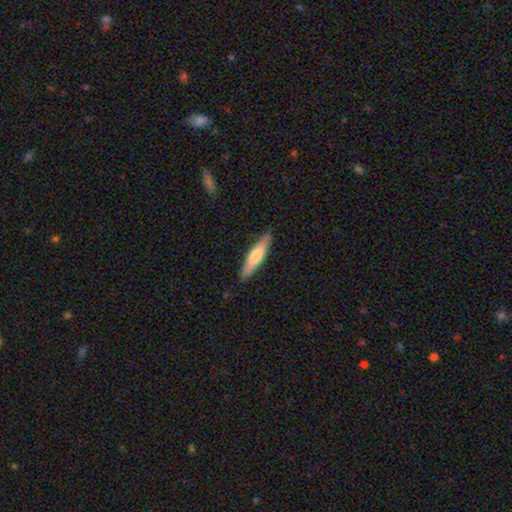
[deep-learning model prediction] Smooth or featured?
  - smooth: 64% *
  - featured or disk: 31%
  - star or artifact: 5%
How rounded?
  - cigar-shaped: 82% *
  - in between: 17%
  - round: 1%
Merging?
  - none: 88% *
  - minor disturbance: 9%
  - major disturbance: 2%
  - merger: 1%